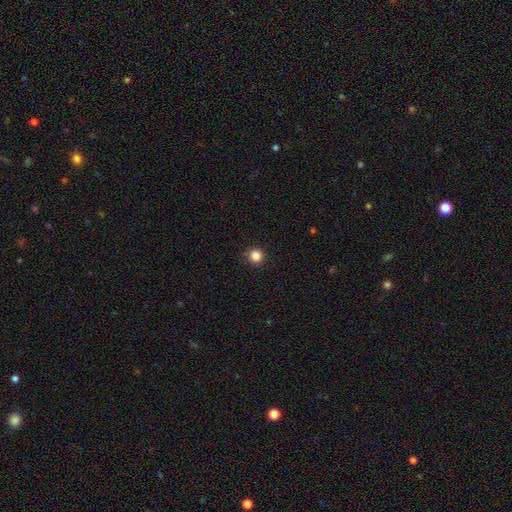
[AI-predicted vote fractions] Smooth or featured?
  - smooth: 85% *
  - star or artifact: 12%
  - featured or disk: 3%
How rounded?
  - round: 95% *
  - in between: 4%
  - cigar-shaped: 1%
Merging?
  - none: 88% *
  - minor disturbance: 9%
  - major disturbance: 2%
  - merger: 1%